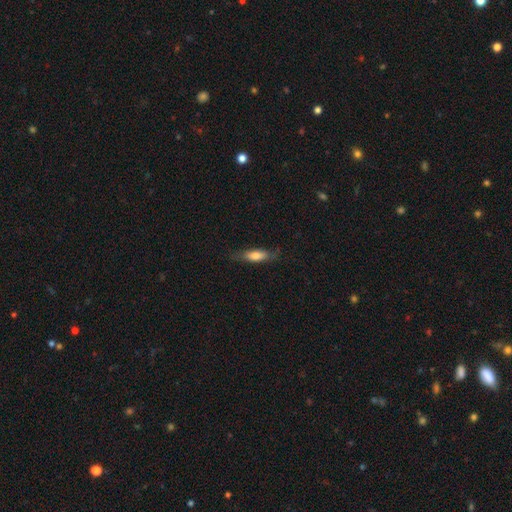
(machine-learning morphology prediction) This is likely a smooth galaxy (69%). How rounded: possibly cigar-shaped (50%). Merging: likely none (72%).